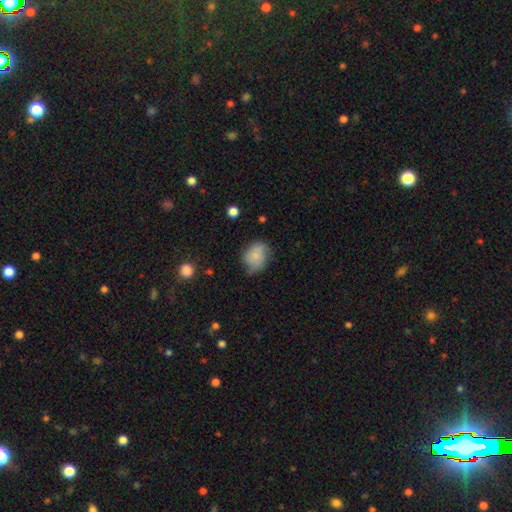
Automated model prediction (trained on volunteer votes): smooth 74%, featured or disk 18%, star or artifact 8%. Down the decision tree: how rounded — in between (55%); merging — none (57%).